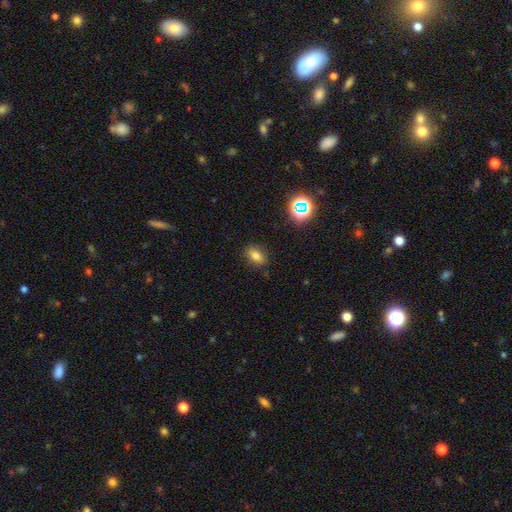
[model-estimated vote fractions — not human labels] Morphology: type=smooth (76%); roundness=in between (80%); merging=none (84%).